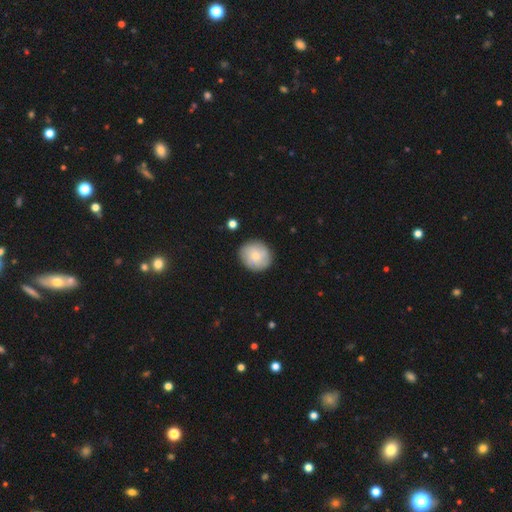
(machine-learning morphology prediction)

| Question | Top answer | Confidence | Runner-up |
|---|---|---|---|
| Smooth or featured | smooth | 73% | featured or disk (20%) |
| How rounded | round | 84% | in between (15%) |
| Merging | none | 86% | minor disturbance (10%) |